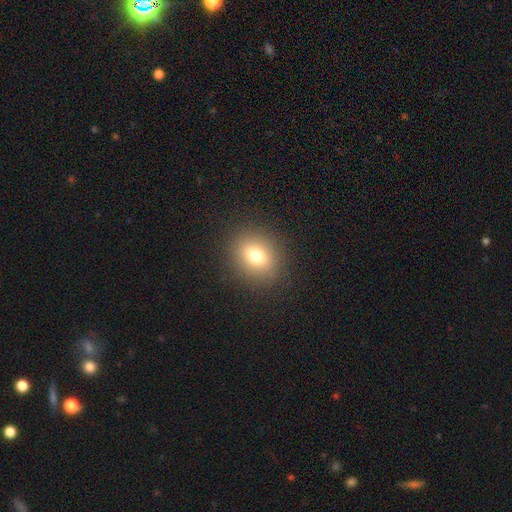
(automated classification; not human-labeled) This is likely a smooth galaxy (75%). How rounded: likely round (64%). Merging: clearly none (88%).